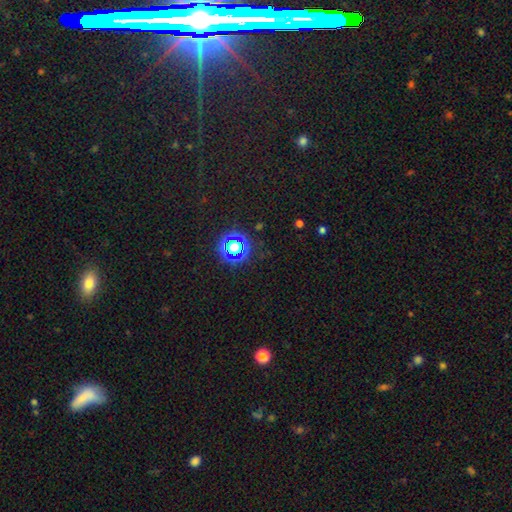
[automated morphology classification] Smooth or featured? star or artifact (74%)